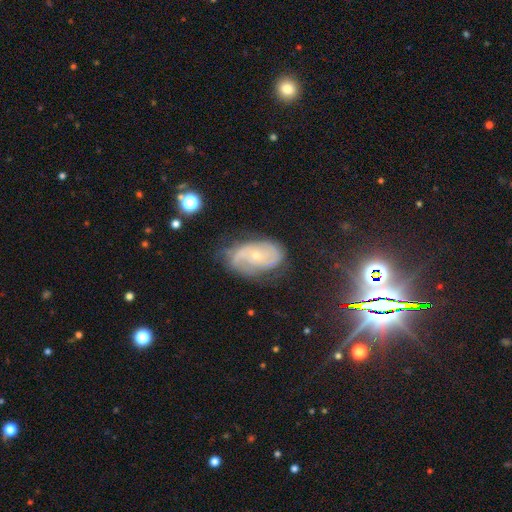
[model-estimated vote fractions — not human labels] A featured or disk galaxy (73%) with no bar (74%), 2 (48%) tight (45%) spiral arms (88%) and a small central bulge (72%). Merging: none (62%).